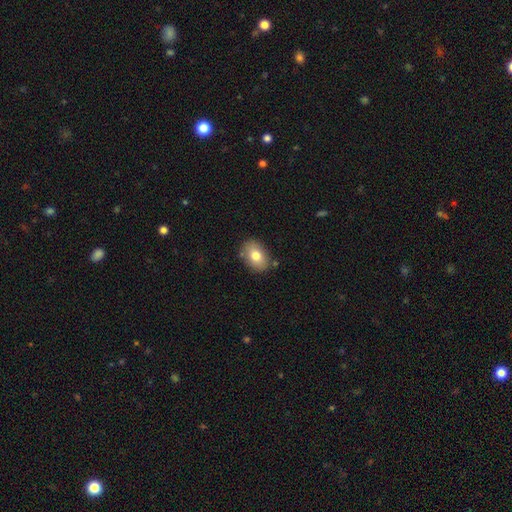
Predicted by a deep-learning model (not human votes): Q: Smooth or featured?
A: smooth (78%); runner-up: featured or disk (14%)
Q: How rounded?
A: in between (81%); runner-up: round (18%)
Q: Merging?
A: none (80%); runner-up: minor disturbance (13%)